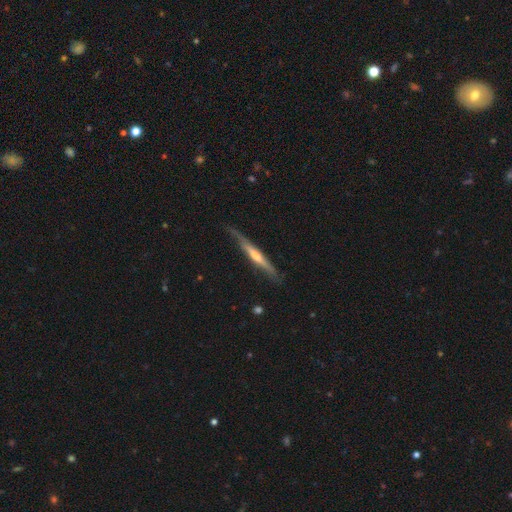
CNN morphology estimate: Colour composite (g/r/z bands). It shows a featured or disk galaxy (70%) viewed edge-on (95%) with a rounded central bulge (59%). Merging: none (77%).